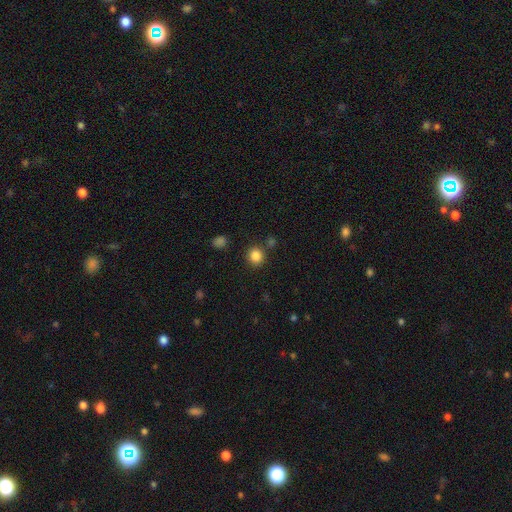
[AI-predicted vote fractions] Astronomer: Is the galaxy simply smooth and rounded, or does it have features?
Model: smooth — 85%.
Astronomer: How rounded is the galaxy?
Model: round — 88%.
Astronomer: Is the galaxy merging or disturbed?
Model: none — 84%.